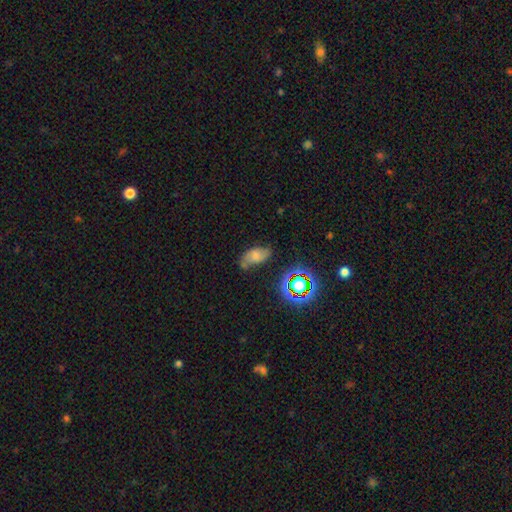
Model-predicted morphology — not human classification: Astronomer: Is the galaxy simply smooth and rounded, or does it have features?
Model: smooth — 53% (runner-up: featured or disk, 31%).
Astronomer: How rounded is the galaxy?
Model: in between — 89%.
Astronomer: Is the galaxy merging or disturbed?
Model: none — 55%.